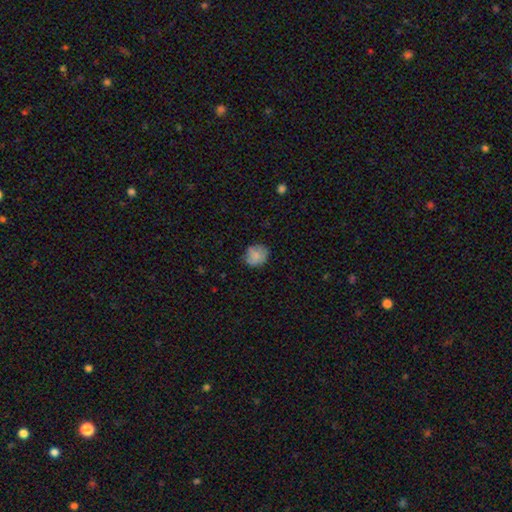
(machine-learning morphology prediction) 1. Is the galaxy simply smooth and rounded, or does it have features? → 79% smooth, 12% featured or disk, 8% star or artifact.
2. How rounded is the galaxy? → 69% round, 30% in between, 1% cigar-shaped.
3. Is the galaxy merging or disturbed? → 70% none, 23% minor disturbance, 5% major disturbance, 1% merger.